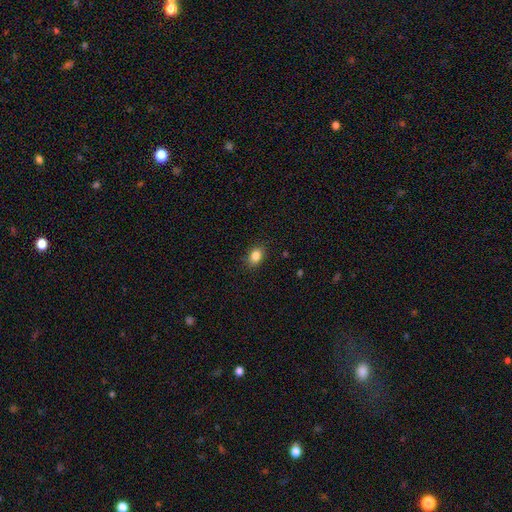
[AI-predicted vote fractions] The model was most divided on "how rounded": in between: 71%, round: 28%, cigar-shaped: 1%. More confident: merging — none (86%); smooth or featured — smooth (85%).